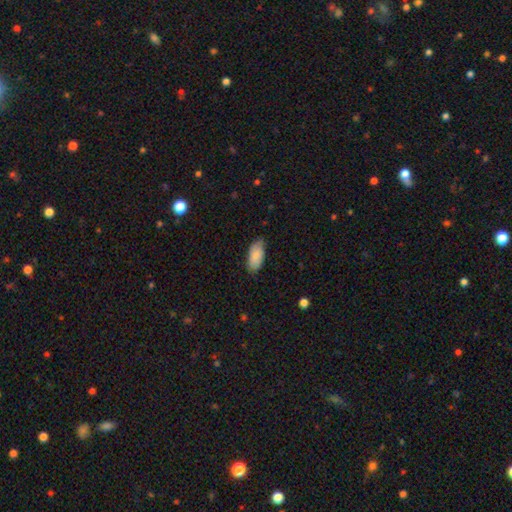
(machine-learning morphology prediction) A smooth galaxy with no disk features (87%) that is in between round and cigar-shaped (92%).

Vote fractions:
- Smooth or featured? smooth: 87% / featured or disk: 7% / star or artifact: 6%
- How rounded? in between: 92% / cigar-shaped: 6% / round: 2%
- Merging? none: 77% / minor disturbance: 19% / major disturbance: 3% / merger: 1%